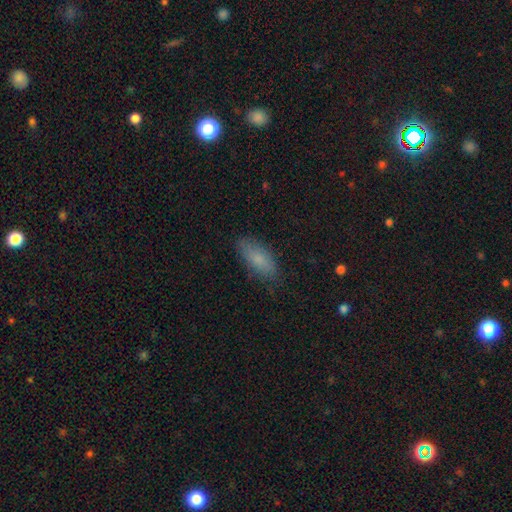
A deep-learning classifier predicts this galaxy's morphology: This appears to be a smooth galaxy with no disk features (79%) that is in between round and cigar-shaped (79%). Merging: none (82%).